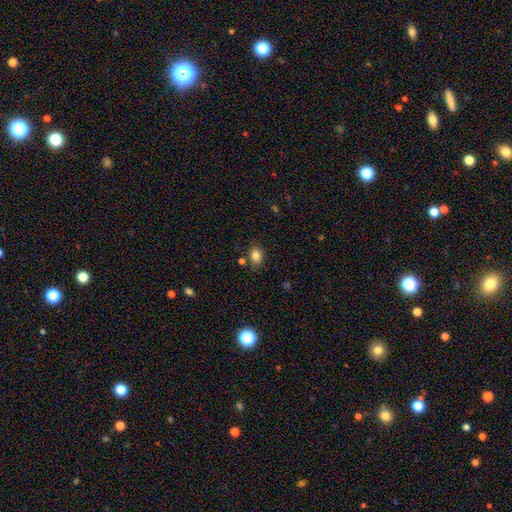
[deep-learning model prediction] Smooth or featured: smooth — 83% (star or artifact — 11%)
How rounded: in between — 58% (round — 41%)
Merging: none — 78% (minor disturbance — 13%)